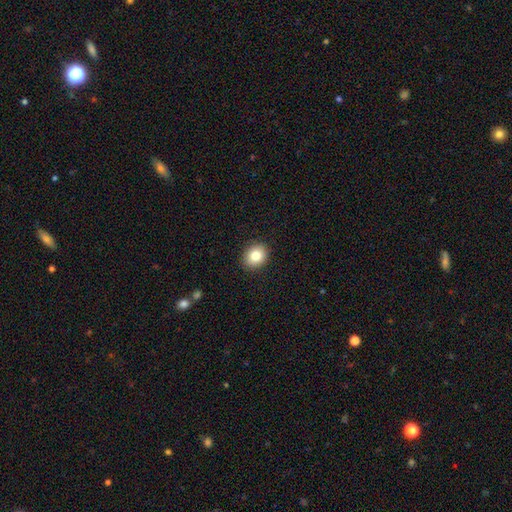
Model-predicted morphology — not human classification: type=smooth (84%); roundness=round (54%); merging=none (90%).